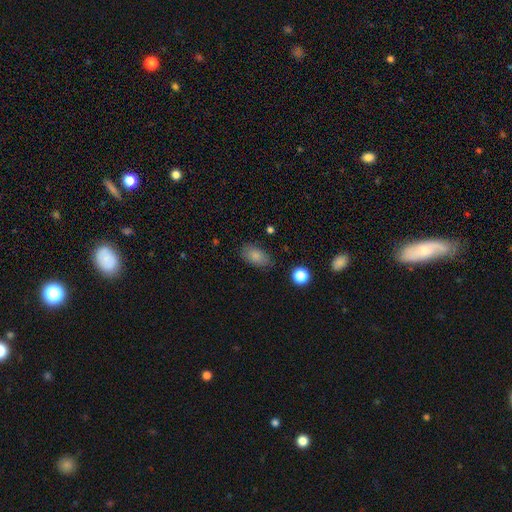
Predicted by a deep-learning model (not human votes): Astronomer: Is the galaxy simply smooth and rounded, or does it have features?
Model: smooth — 83%.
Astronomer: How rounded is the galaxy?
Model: in between — 90%.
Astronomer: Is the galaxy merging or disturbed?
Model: none — 79%.